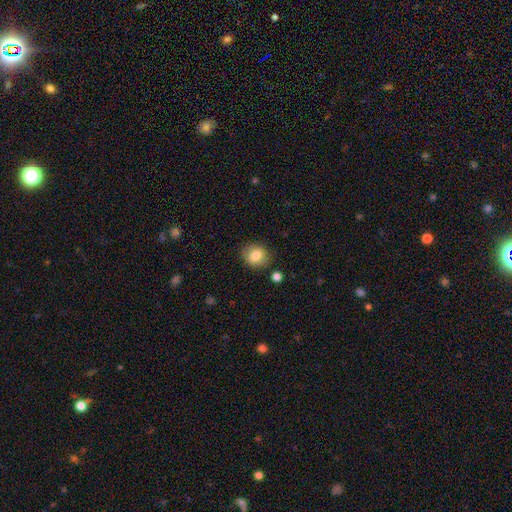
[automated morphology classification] Smooth or featured? Predicted: smooth (p=0.82). How rounded? Predicted: round (p=0.70). Merging? Predicted: none (p=0.84).